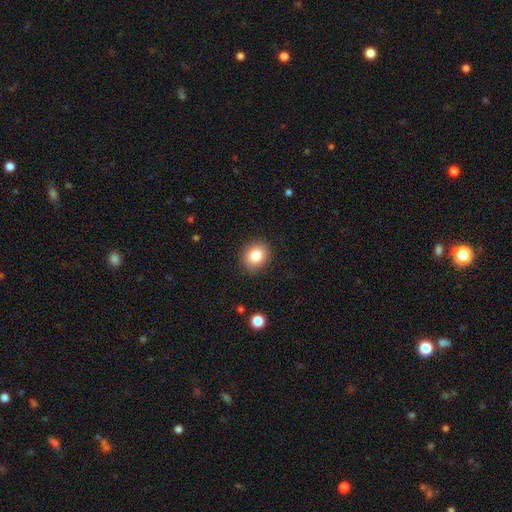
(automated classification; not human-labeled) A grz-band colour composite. It shows a smooth galaxy with no disk features (83%) that is round (64%). Merging: none (89%).